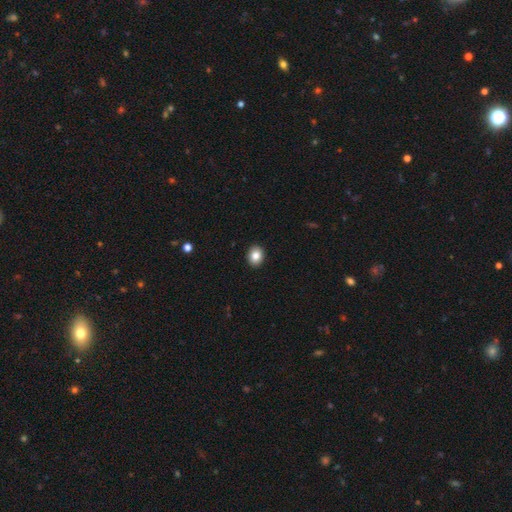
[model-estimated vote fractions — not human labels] This is clearly a smooth galaxy (84%). How rounded: possibly round (52%). Merging: clearly none (92%).